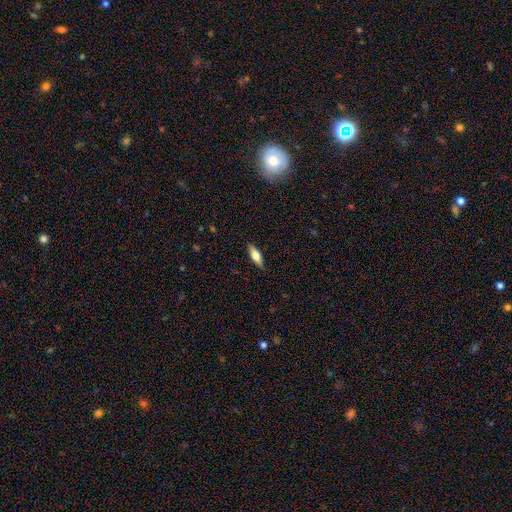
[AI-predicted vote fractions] Morphology: type=smooth (53%); roundness=in between (49%); merging=none (88%).